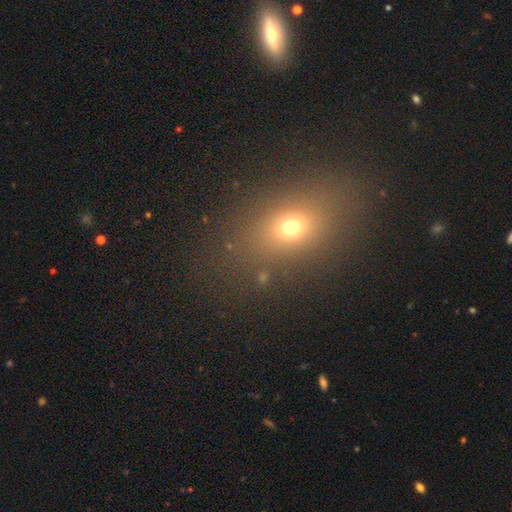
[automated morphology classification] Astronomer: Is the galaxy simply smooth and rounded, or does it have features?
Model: smooth — 59%.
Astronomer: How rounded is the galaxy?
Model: in between — 67%.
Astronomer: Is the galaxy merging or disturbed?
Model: none — 84%.